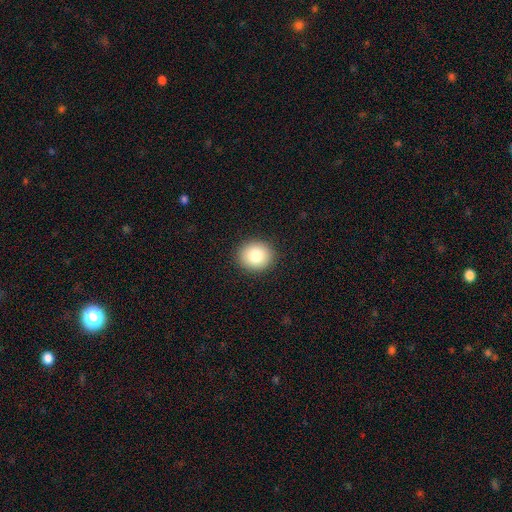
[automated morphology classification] Overall: smooth (82%). How rounded: round (81%). Merging: none (91%).